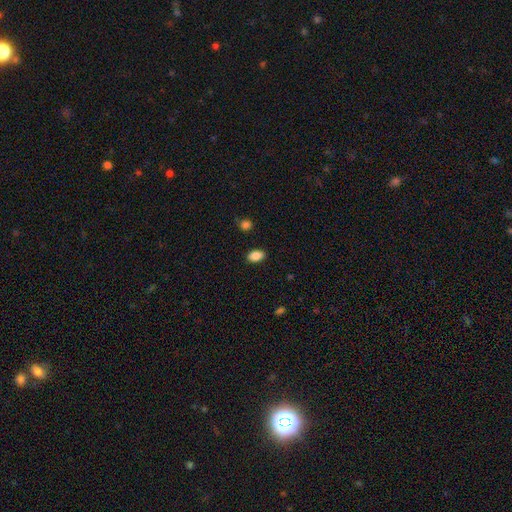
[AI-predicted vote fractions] Q: Smooth or featured?
A: smooth (87%); runner-up: star or artifact (8%)
Q: How rounded?
A: in between (89%); runner-up: round (9%)
Q: Merging?
A: none (88%); runner-up: minor disturbance (9%)